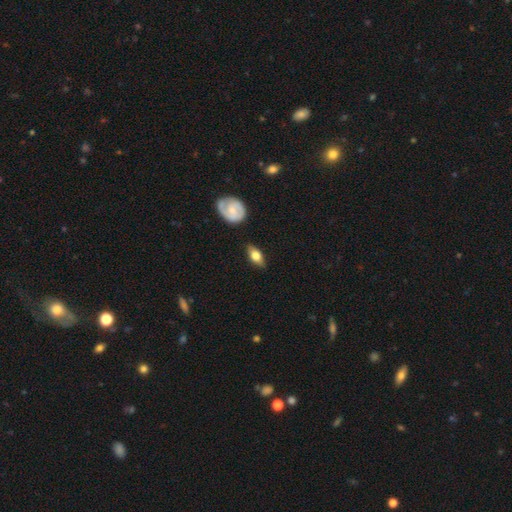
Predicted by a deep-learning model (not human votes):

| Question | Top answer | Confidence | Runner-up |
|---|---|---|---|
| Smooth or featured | smooth | 64% | featured or disk (30%) |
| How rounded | in between | 82% | cigar-shaped (10%) |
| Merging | none | 78% | minor disturbance (16%) |